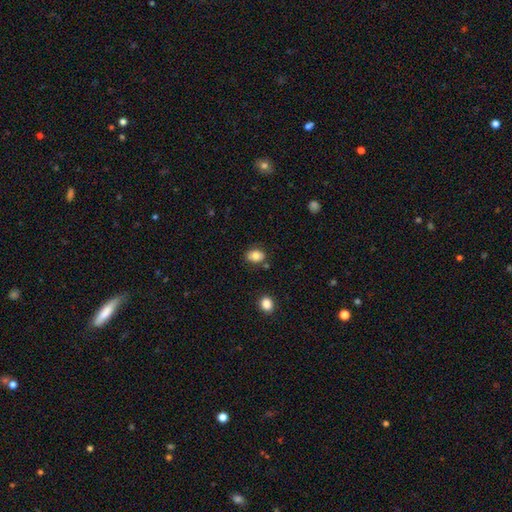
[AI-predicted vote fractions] This is clearly a smooth galaxy (81%). How rounded: likely in between (72%). Merging: likely none (79%).